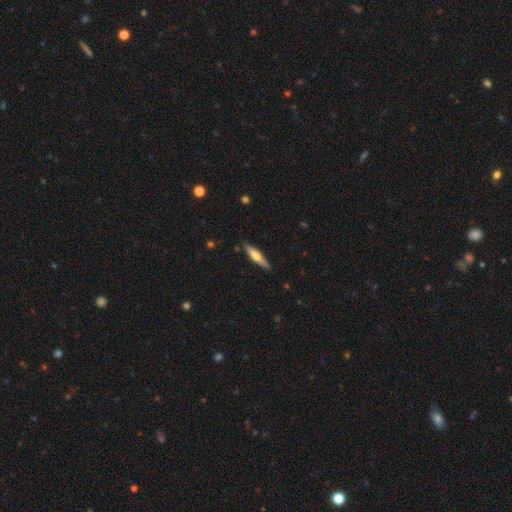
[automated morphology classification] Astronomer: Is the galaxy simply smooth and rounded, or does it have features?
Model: smooth — 50% (runner-up: featured or disk, 44%).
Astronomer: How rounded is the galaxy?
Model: cigar-shaped — 83%.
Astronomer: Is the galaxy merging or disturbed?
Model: none — 87%.